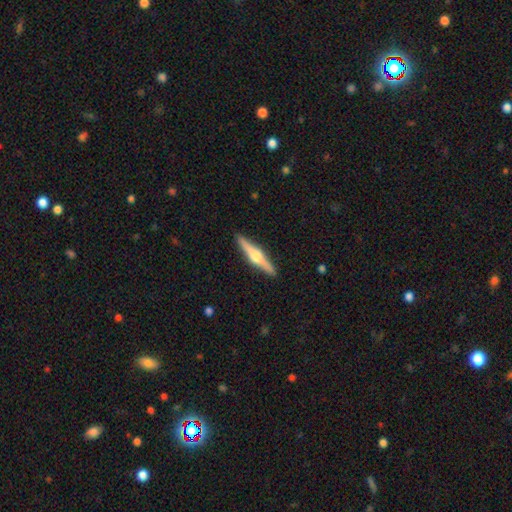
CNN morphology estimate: This appears to be a featured or disk galaxy (74%) viewed edge-on (98%) with a rounded central bulge (95%). Merging: none (91%).